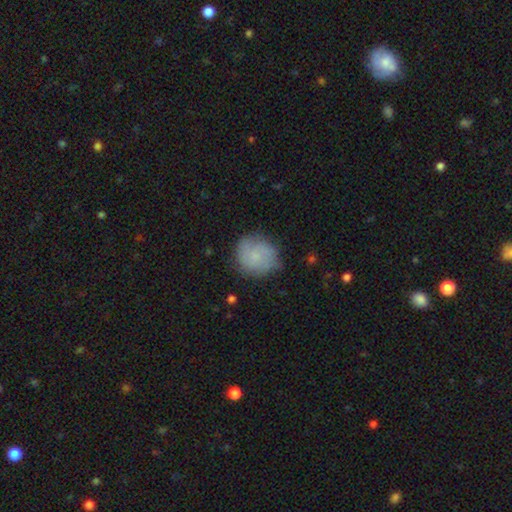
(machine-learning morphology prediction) Smooth or featured? Predicted: smooth (p=0.67). How rounded? Predicted: round (p=0.86). Merging? Predicted: none (p=0.70).